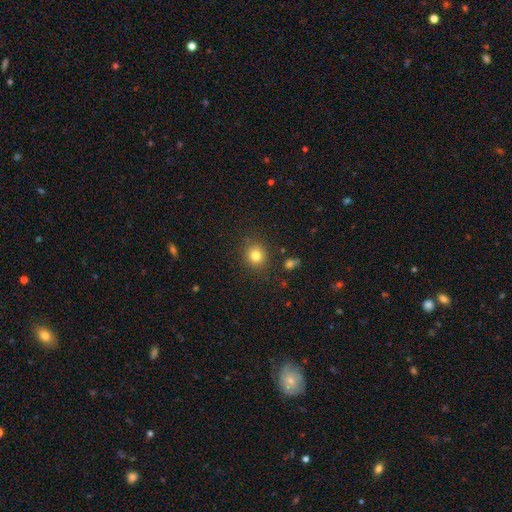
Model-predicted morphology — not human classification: smooth 81%, star or artifact 13%, featured or disk 7%. Down the decision tree: how rounded — round (84%); merging — none (86%).